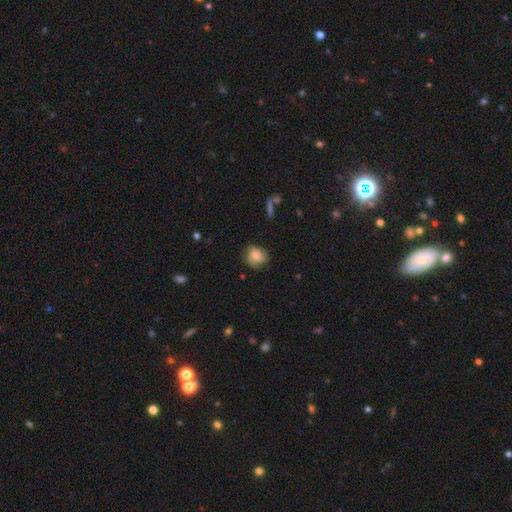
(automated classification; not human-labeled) Q: Smooth or featured?
A: smooth (67%); runner-up: featured or disk (25%)
Q: How rounded?
A: round (72%); runner-up: in between (27%)
Q: Merging?
A: none (68%); runner-up: minor disturbance (22%)